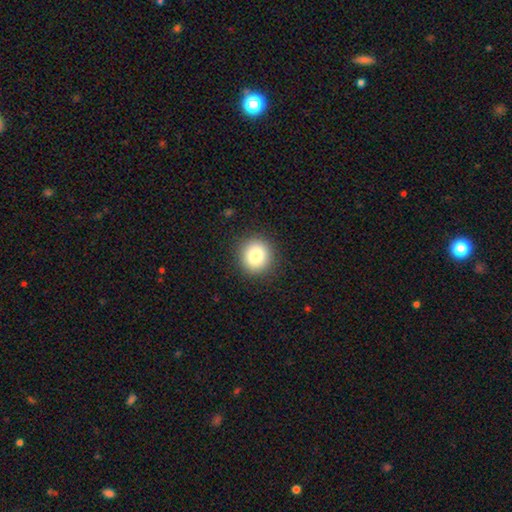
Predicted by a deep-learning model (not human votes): smooth 81%, star or artifact 10%, featured or disk 9%. Down the decision tree: how rounded — round (89%); merging — none (90%).